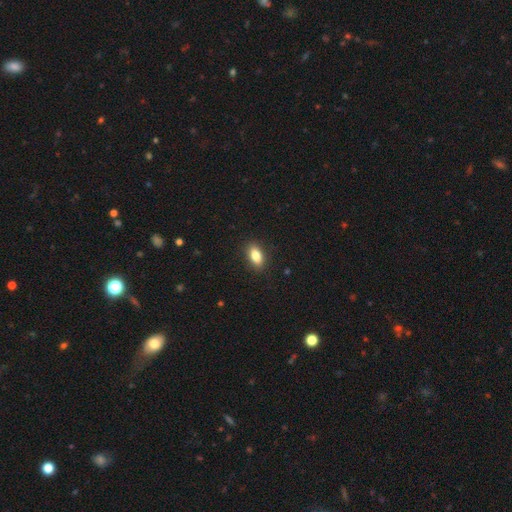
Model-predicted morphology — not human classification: The model was most divided on "smooth or featured": smooth: 83%, featured or disk: 9%, star or artifact: 8%. More confident: merging — none (89%); how rounded — in between (87%).